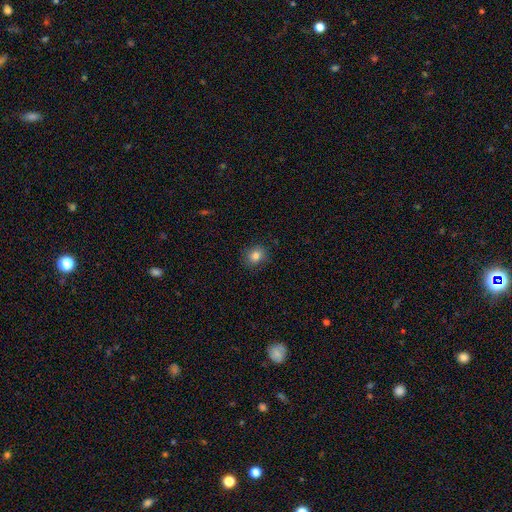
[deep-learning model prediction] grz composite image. It shows a smooth galaxy with no disk features (83%) that is round (66%). Merging: none (86%).